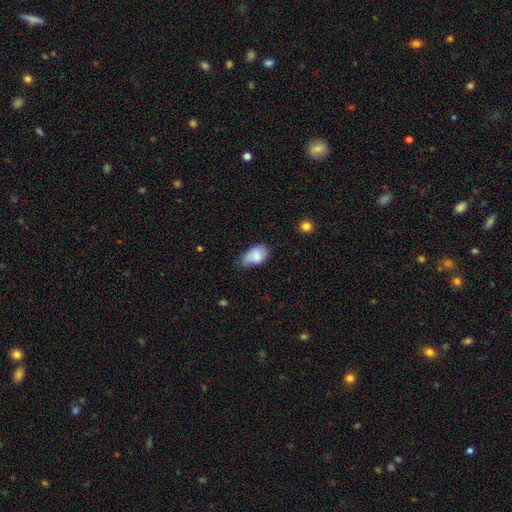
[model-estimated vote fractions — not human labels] Q: Smooth or featured?
A: smooth (78%); runner-up: featured or disk (15%)
Q: How rounded?
A: in between (92%); runner-up: round (6%)
Q: Merging?
A: none (44%); tied with: minor disturbance (44%)